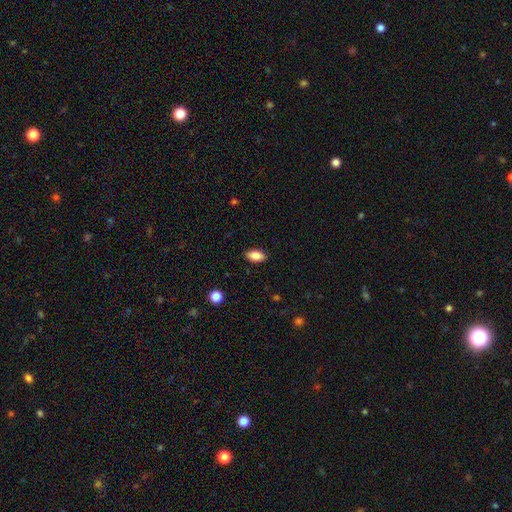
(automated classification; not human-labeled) Smooth or featured? smooth (86%)
How rounded? in between (92%)
Merging? none (88%)